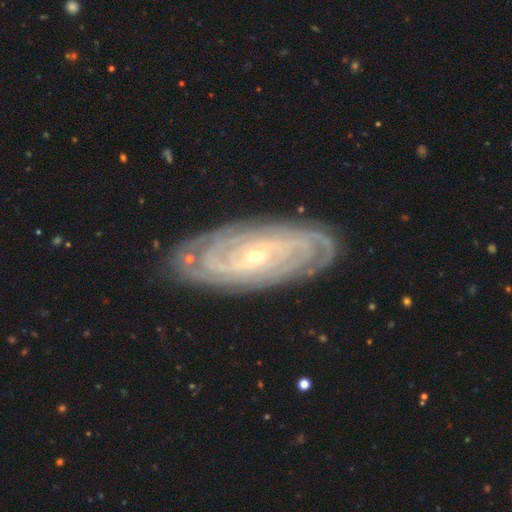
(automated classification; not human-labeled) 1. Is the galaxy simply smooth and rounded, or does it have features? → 89% featured or disk, 5% smooth, 5% star or artifact.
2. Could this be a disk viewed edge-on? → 92% no, 8% yes.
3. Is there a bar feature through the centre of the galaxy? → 46% no, 35% weak, 19% strong.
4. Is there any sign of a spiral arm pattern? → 97% yes, 3% no.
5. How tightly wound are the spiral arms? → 81% tight, 16% medium, 3% loose.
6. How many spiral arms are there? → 29% can't tell, 20% 4, 18% more than 4, 13% 3, 13% 2, 7% 1.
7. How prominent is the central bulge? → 73% small, 24% moderate, 1% large, 1% none, 1% dominant.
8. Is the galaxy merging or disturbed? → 85% none, 11% minor disturbance, 3% major disturbance, 1% merger.